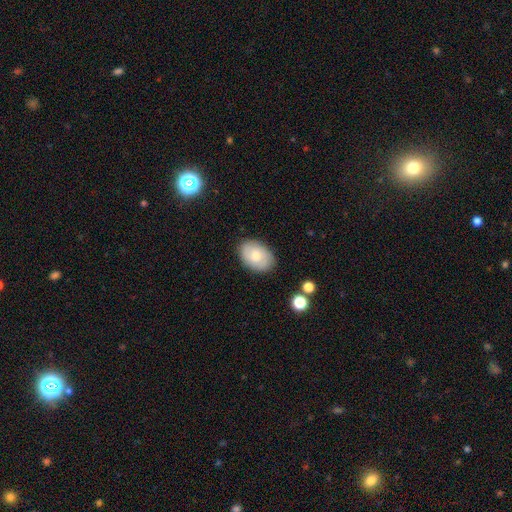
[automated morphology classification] Q: Smooth or featured?
A: smooth (66%); runner-up: featured or disk (27%)
Q: How rounded?
A: in between (81%); runner-up: round (18%)
Q: Merging?
A: none (85%); runner-up: minor disturbance (11%)